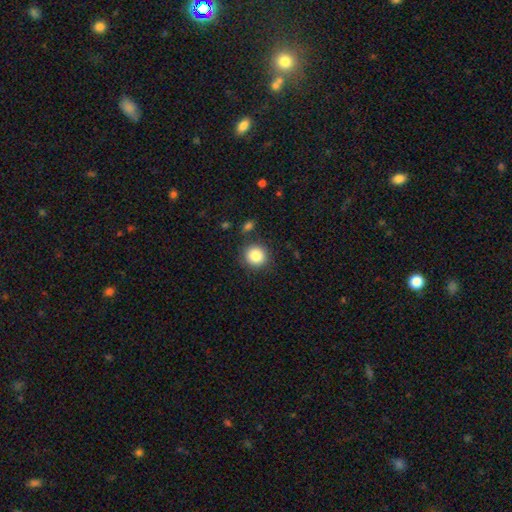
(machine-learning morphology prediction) Q: Smooth or featured?
A: smooth (85%); runner-up: star or artifact (9%)
Q: How rounded?
A: round (91%); runner-up: in between (8%)
Q: Merging?
A: none (85%); runner-up: minor disturbance (9%)